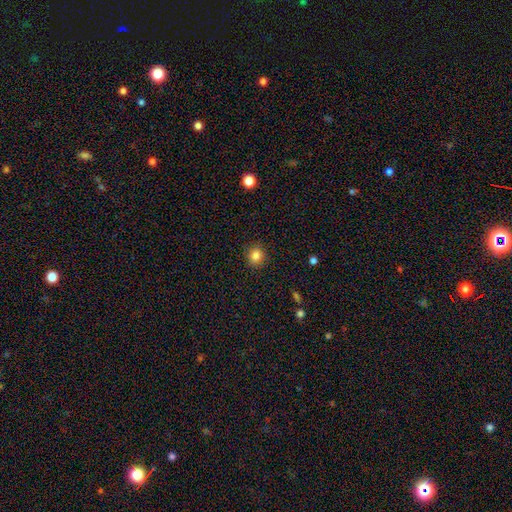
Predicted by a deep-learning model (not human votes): This appears to be a smooth galaxy with no disk features (84%) that is round (84%). Merging: none (90%).